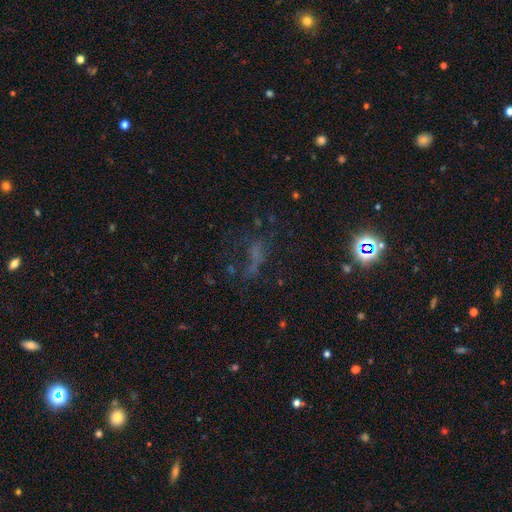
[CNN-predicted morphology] Overall: star or artifact (44%; featured or disk 28%).